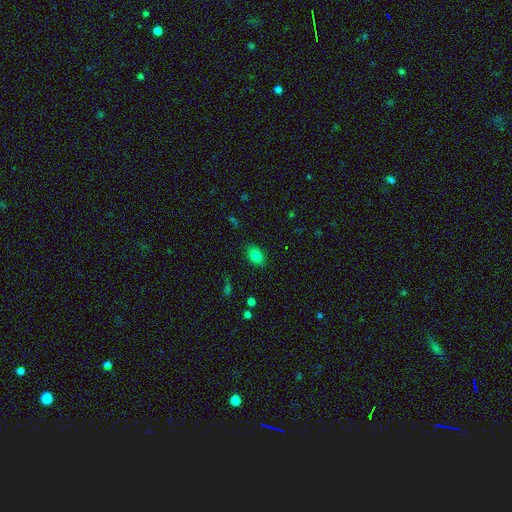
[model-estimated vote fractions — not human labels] smooth-or-featured: smooth: 82% | star or artifact: 10% | featured or disk: 8%
  how-rounded: in between: 80% | round: 18% | cigar-shaped: 2%
  merging: none: 83% | minor disturbance: 13% | major disturbance: 3% | merger: 1%